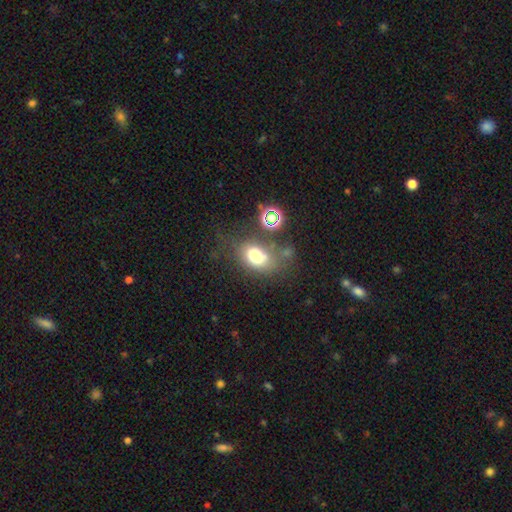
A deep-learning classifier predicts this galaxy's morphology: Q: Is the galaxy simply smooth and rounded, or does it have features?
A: smooth — 69%.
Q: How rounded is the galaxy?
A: in between — 74%.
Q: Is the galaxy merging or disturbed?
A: none — 46%.